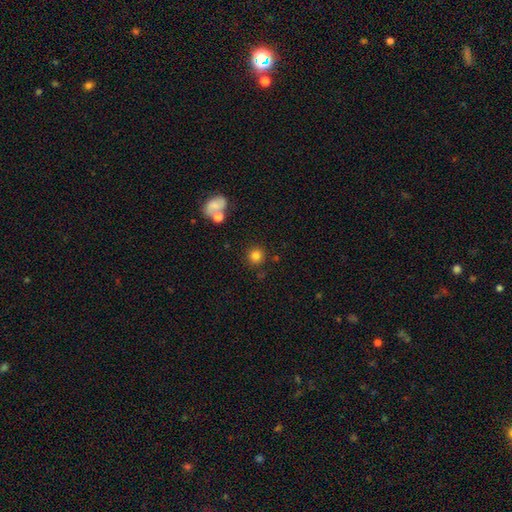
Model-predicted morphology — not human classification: Q: Smooth or featured?
A: smooth (81%); runner-up: star or artifact (12%)
Q: How rounded?
A: round (91%); runner-up: in between (8%)
Q: Merging?
A: none (82%); runner-up: minor disturbance (8%)